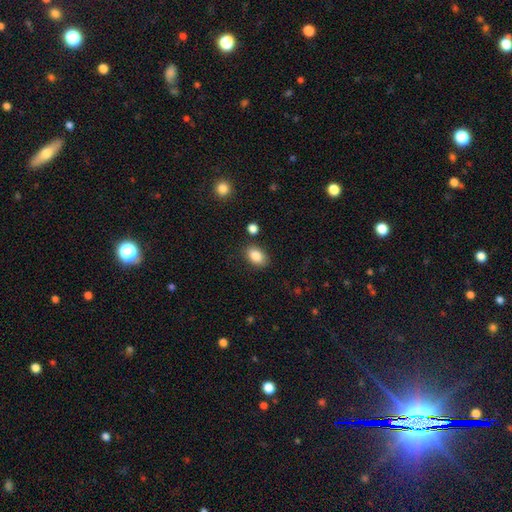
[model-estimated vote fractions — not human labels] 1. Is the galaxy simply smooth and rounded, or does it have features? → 86% smooth, 8% star or artifact, 5% featured or disk.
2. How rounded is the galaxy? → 87% in between, 12% round, 1% cigar-shaped.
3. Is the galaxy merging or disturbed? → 82% none, 11% minor disturbance, 4% merger, 3% major disturbance.